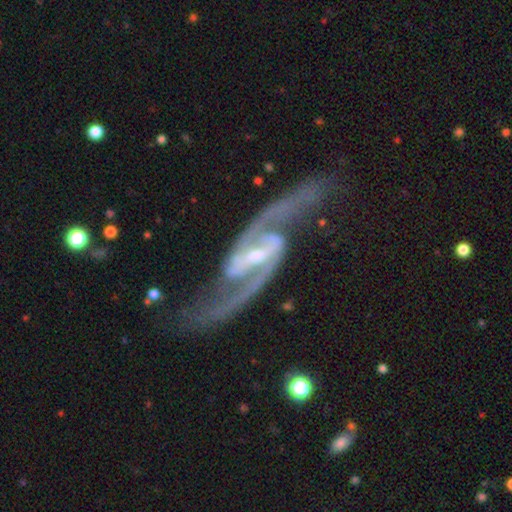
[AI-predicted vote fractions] smooth_or_featured: featured or disk (p=0.94) [alt: star or artifact p=0.04]
disk_edge_on: no (p=0.96) [alt: yes p=0.04]
bar: strong (p=0.62) [alt: weak p=0.28]
has_spiral_arms: yes (p=0.98) [alt: no p=0.02]
spiral_winding: loose (p=0.47) [alt: medium p=0.42]
spiral_arm_count: 2 (p=0.95) [alt: can't tell p=0.01]
bulge_size: small (p=0.59) [alt: moderate p=0.36]
merging: none (p=0.73) [alt: minor disturbance p=0.13]